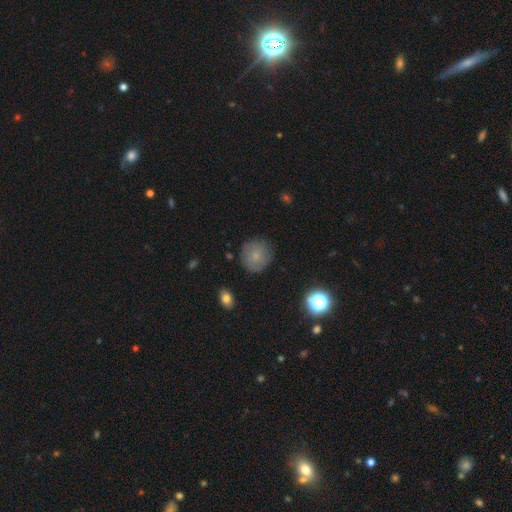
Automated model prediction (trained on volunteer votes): smooth 71%, featured or disk 19%, star or artifact 11%. Down the decision tree: how rounded — round (90%); merging — none (81%).